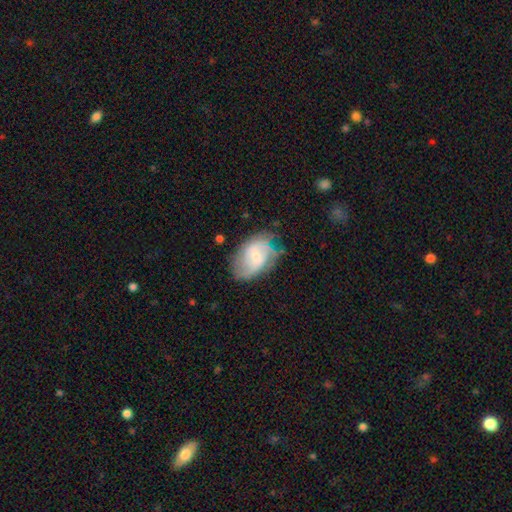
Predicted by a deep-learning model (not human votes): Smooth or featured? featured or disk (65%)
Edge-on disk? no (96%)
Bar? weak (45%, tied with no)
Spiral arms? yes (85%)
Spiral winding? medium (42%)
Spiral arm count? 2 (46%)
Bulge size? small (64%)
Merging? none (60%)